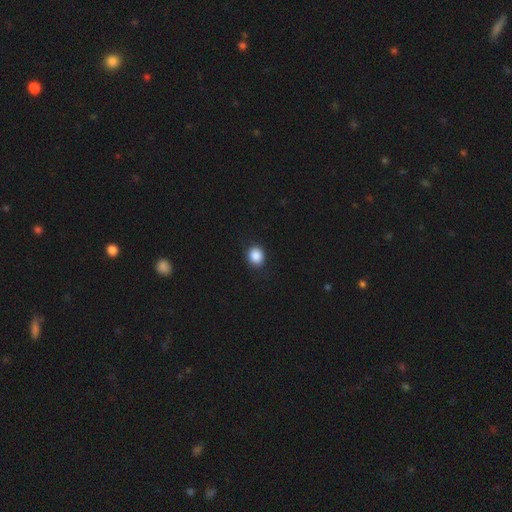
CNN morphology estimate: Smooth or featured? Predicted: smooth (p=0.88). How rounded? Predicted: round (p=0.66). Merging? Predicted: none (p=0.89).